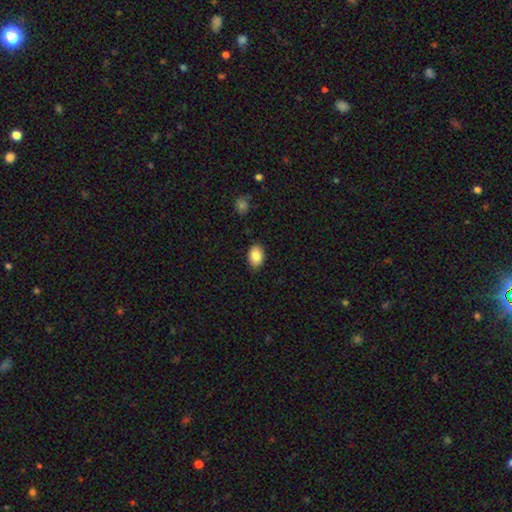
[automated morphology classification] A smooth galaxy with no disk features (85%) that is in between round and cigar-shaped (85%).

Vote fractions:
- Smooth or featured? smooth: 85% / star or artifact: 8% / featured or disk: 7%
- How rounded? in between: 85% / round: 14% / cigar-shaped: 1%
- Merging? none: 87% / minor disturbance: 10% / major disturbance: 2% / merger: 1%